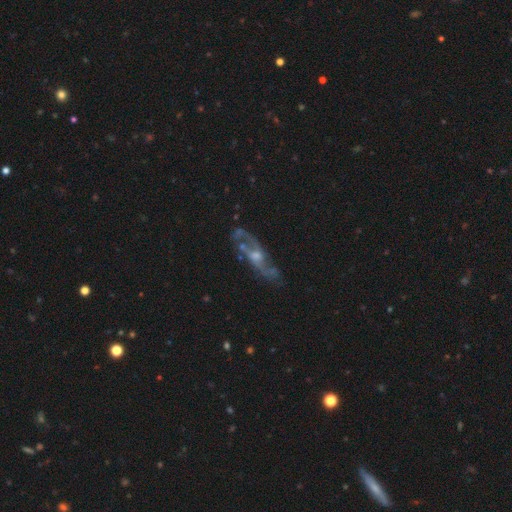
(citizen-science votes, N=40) Morphology: type=featured or disk (75%); edge-on=no (83%); bar=no (56%); spiral arms=yes (80%); winding=medium (50%); arm count=2 (70%); bulge=small (52%); merging=none (42%).